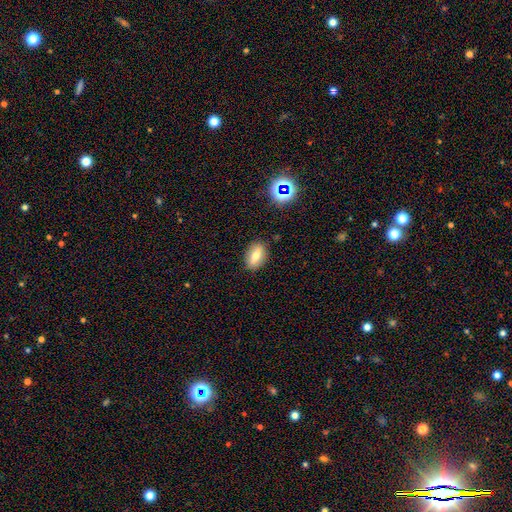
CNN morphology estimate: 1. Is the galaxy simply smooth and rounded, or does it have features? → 70% smooth, 19% featured or disk, 11% star or artifact.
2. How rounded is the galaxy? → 84% in between, 10% round, 6% cigar-shaped.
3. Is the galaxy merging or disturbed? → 86% none, 10% minor disturbance, 3% major disturbance, 2% merger.